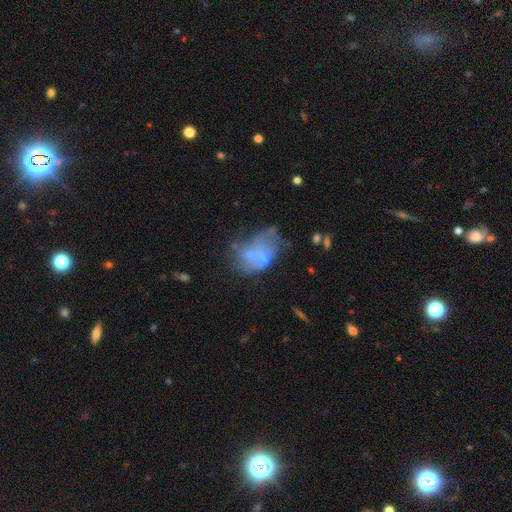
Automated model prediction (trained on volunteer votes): The model was most divided on "merging": merger: 29%, none: 27%, major disturbance: 26%, minor disturbance: 18%. Remaining: smooth or featured — featured or disk (48%).